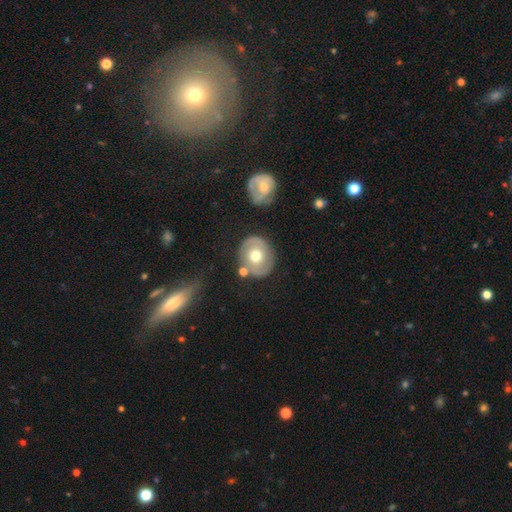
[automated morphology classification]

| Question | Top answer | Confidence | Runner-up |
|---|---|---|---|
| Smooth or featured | smooth | 49% | featured or disk (45%) |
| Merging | none | 74% | minor disturbance (14%) |